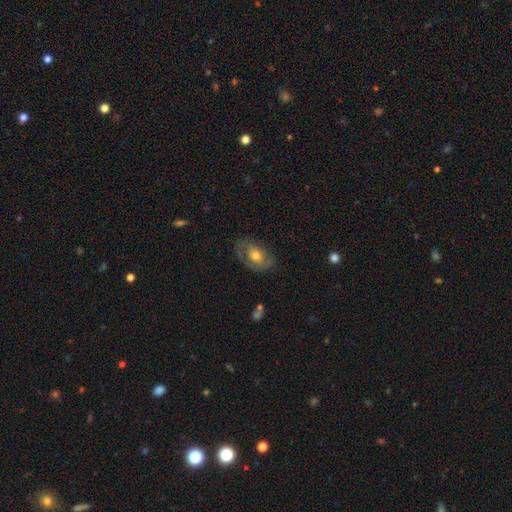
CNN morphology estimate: Q: Smooth or featured?
A: smooth (50%); runner-up: featured or disk (43%)
Q: Merging?
A: none (67%); runner-up: minor disturbance (21%)